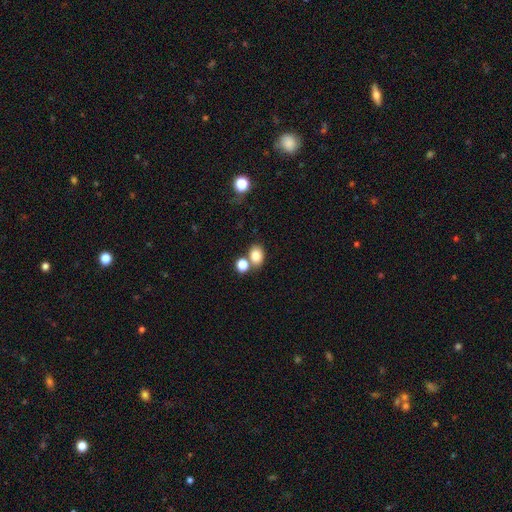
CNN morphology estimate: type=smooth (82%); roundness=in between (58%); merging=none (60%).